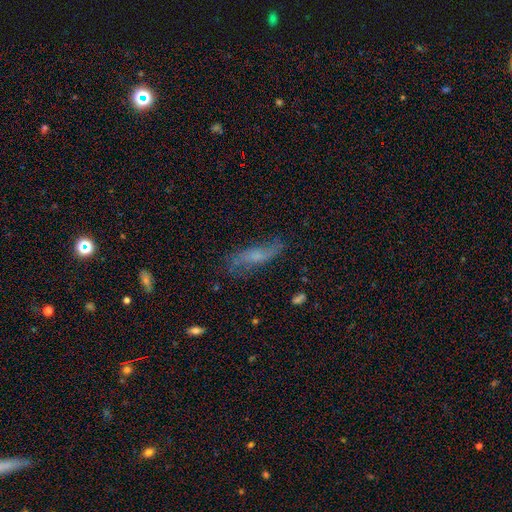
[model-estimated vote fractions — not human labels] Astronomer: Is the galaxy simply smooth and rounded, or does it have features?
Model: featured or disk — 48% (runner-up: smooth, 41%).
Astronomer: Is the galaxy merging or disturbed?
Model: none — 61%.